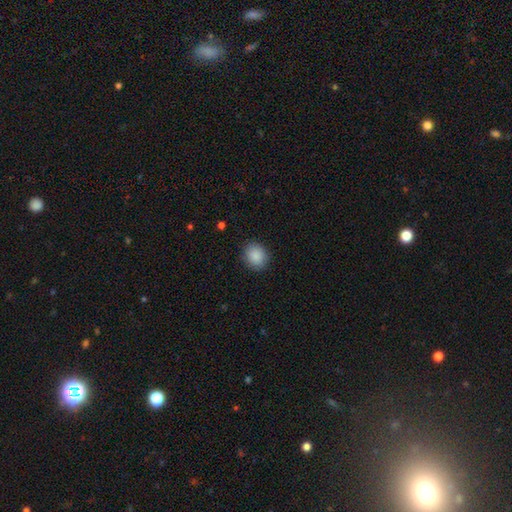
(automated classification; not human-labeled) This appears to be a smooth galaxy with no disk features (89%) that is round (73%). Merging: none (88%).